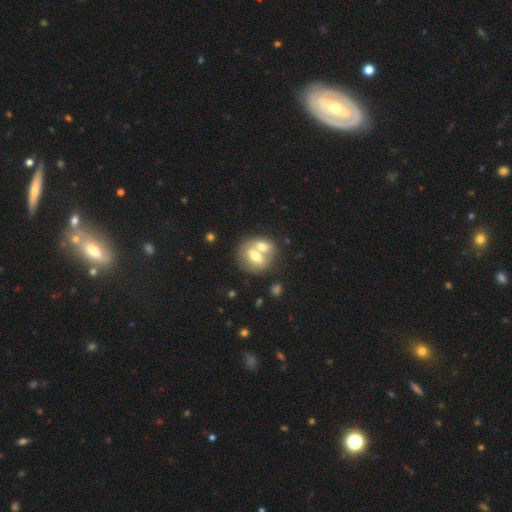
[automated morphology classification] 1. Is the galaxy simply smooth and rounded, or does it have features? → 60% smooth, 32% featured or disk, 8% star or artifact.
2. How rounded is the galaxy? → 56% in between, 41% round, 2% cigar-shaped.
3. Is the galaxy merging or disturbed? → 63% merger, 26% none, 7% minor disturbance, 3% major disturbance.